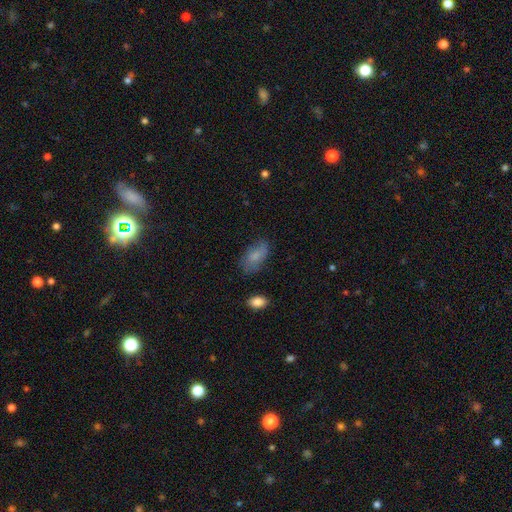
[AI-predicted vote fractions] Q: Smooth or featured?
A: smooth (77%); runner-up: featured or disk (15%)
Q: How rounded?
A: in between (92%); runner-up: cigar-shaped (4%)
Q: Merging?
A: none (69%); runner-up: minor disturbance (22%)